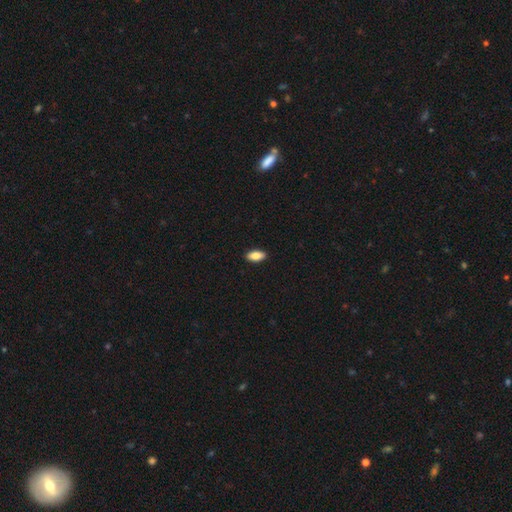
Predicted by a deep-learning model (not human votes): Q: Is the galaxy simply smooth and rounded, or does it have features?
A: smooth — 84%.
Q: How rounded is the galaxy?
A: in between — 89%.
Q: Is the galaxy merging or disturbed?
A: none — 90%.